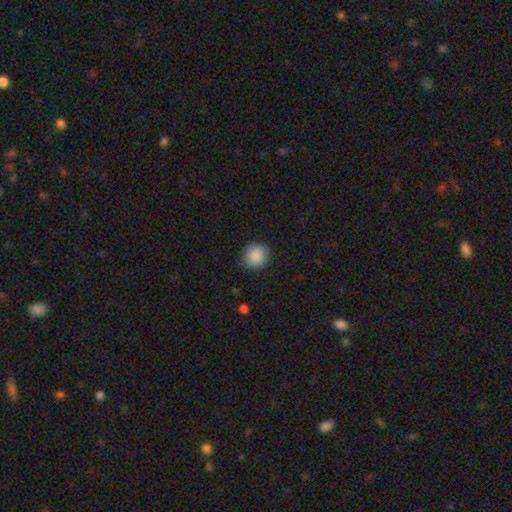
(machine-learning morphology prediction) Smooth or featured? smooth (88%)
How rounded? round (88%)
Merging? none (86%)